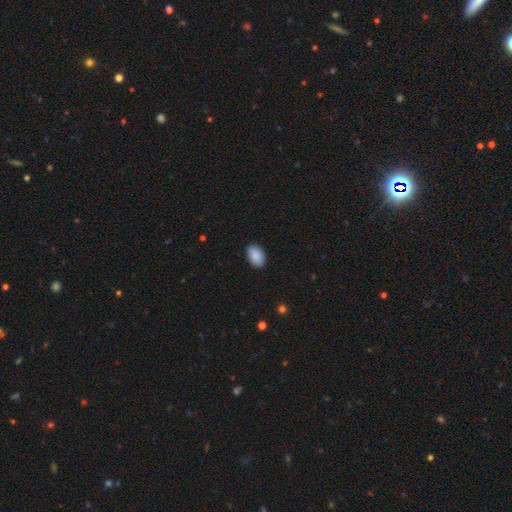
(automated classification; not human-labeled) Smooth or featured?
  - smooth: 90% *
  - star or artifact: 7%
  - featured or disk: 4%
How rounded?
  - in between: 89% *
  - round: 9%
  - cigar-shaped: 1%
Merging?
  - none: 88% *
  - minor disturbance: 9%
  - major disturbance: 2%
  - merger: 1%